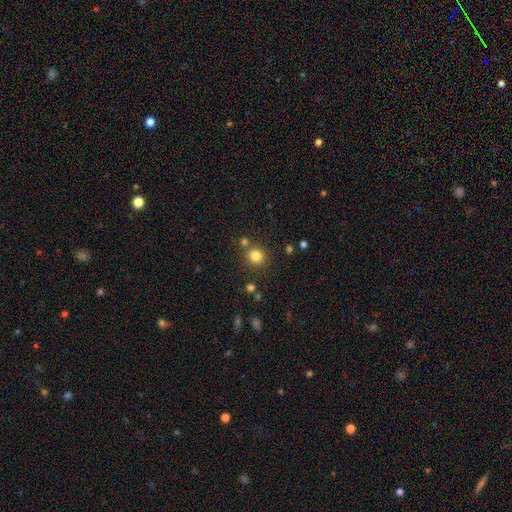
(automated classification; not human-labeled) A smooth galaxy with no disk features (80%) that is round (91%).

Vote fractions:
- Smooth or featured? smooth: 80% / star or artifact: 14% / featured or disk: 6%
- How rounded? round: 91% / in between: 8% / cigar-shaped: 1%
- Merging? none: 79% / merger: 10% / minor disturbance: 8% / major disturbance: 3%